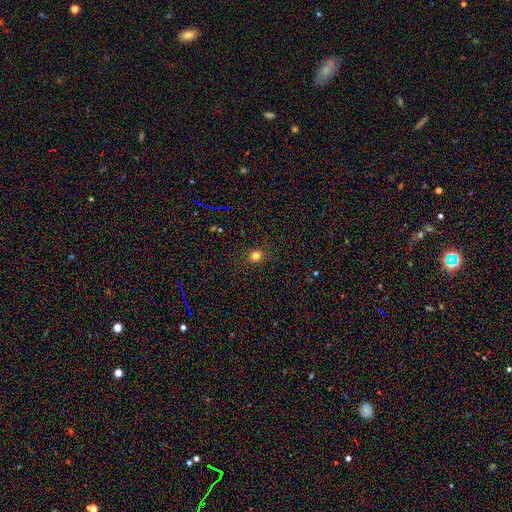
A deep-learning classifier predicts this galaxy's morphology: The model was most divided on "how rounded": round: 80%, in between: 19%, cigar-shaped: 1%. More confident: merging — none (88%); smooth or featured — smooth (78%).